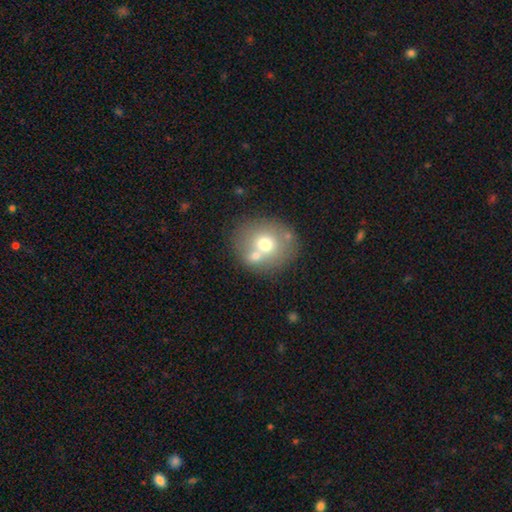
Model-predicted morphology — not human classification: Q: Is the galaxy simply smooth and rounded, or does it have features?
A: smooth — 66%.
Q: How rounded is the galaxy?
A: round — 77%.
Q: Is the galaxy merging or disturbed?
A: none — 59%.